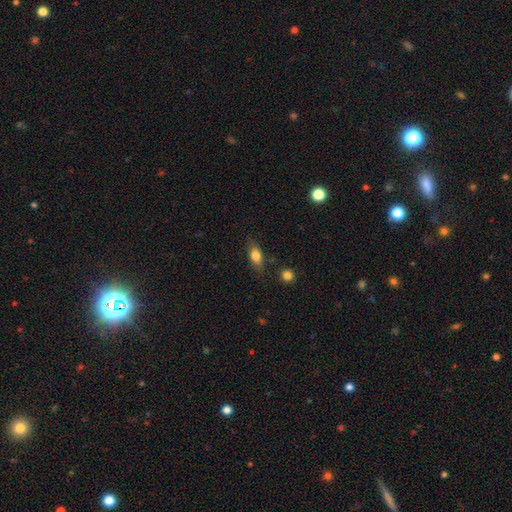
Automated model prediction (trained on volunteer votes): Smooth or featured? smooth (77%)
How rounded? in between (80%)
Merging? none (76%)